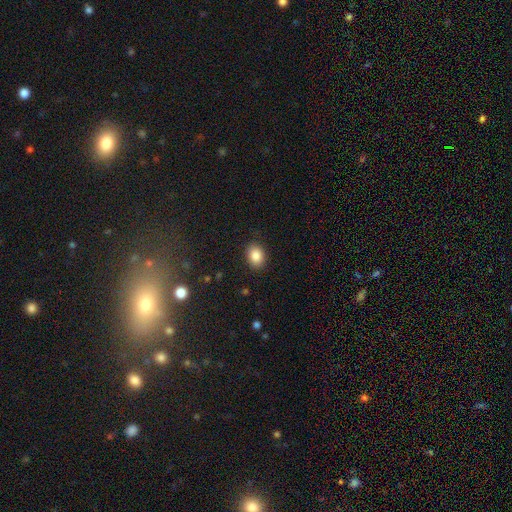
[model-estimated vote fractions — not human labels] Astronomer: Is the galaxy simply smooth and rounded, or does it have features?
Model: smooth — 86%.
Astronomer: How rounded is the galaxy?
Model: in between — 64%.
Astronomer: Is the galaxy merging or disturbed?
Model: none — 87%.